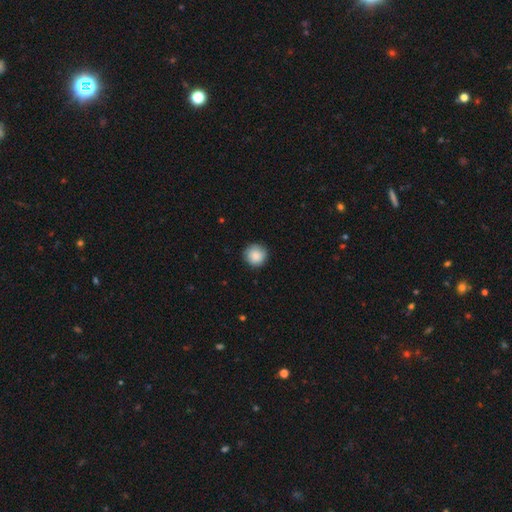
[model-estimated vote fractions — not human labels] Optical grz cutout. It shows a smooth galaxy with no disk features (87%) that is round (95%). Merging: none (88%).